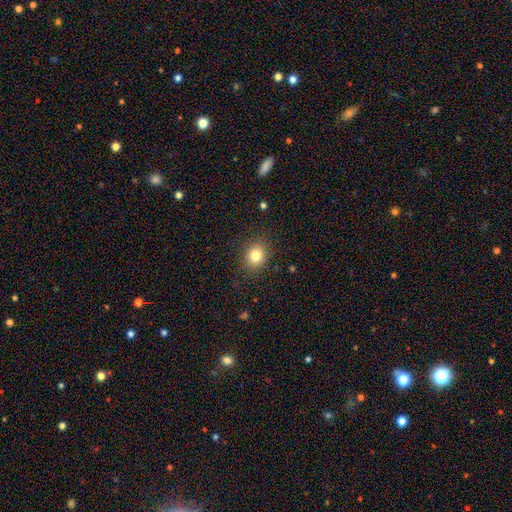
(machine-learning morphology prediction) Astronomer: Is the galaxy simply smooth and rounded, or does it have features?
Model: smooth — 81%.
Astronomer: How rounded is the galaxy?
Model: round — 68%.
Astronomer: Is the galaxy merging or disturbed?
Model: none — 88%.